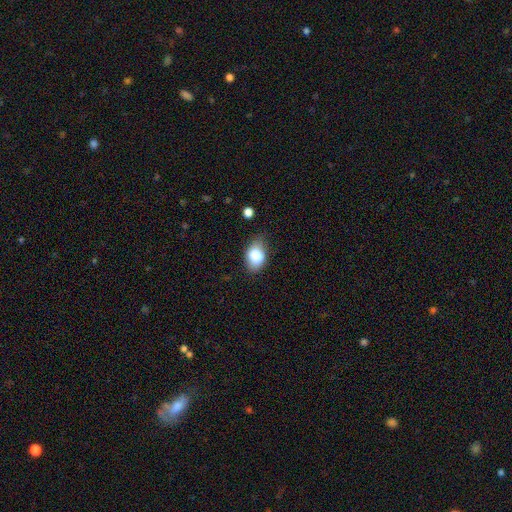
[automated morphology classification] The model was most divided on "merging": none: 65%, minor disturbance: 27%, major disturbance: 6%, merger: 2%. More confident: smooth or featured — smooth (84%); how rounded — in between (81%).